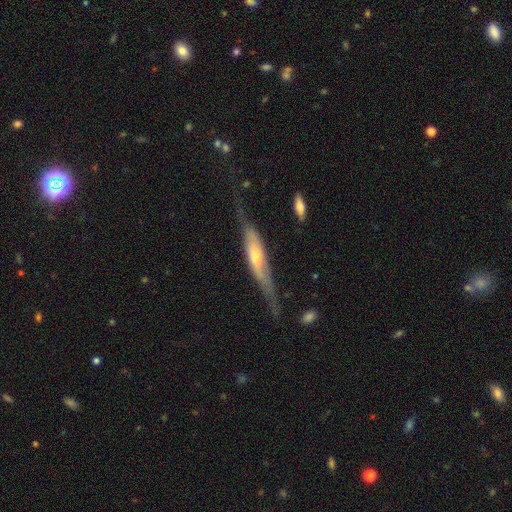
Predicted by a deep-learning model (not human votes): Smooth or featured: featured or disk — 72% (smooth — 22%)
Edge-on disk: yes — 76% (no — 24%)
Edge-on bulge: rounded — 64% (boxy — 19%)
Merging: none — 52% (minor disturbance — 27%)